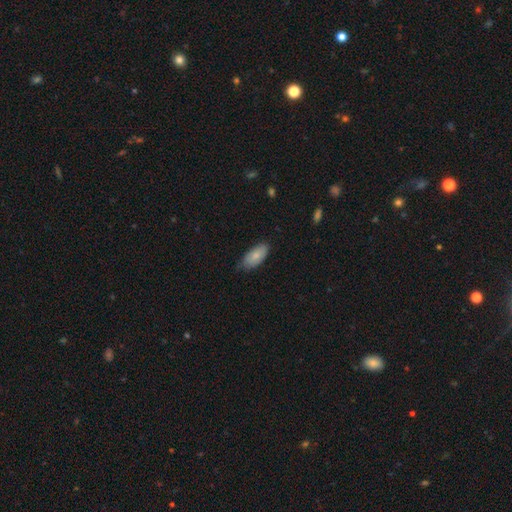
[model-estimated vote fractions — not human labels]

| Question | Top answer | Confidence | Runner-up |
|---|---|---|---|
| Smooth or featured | smooth | 78% | featured or disk (16%) |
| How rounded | in between | 91% | cigar-shaped (6%) |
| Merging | none | 64% | minor disturbance (30%) |